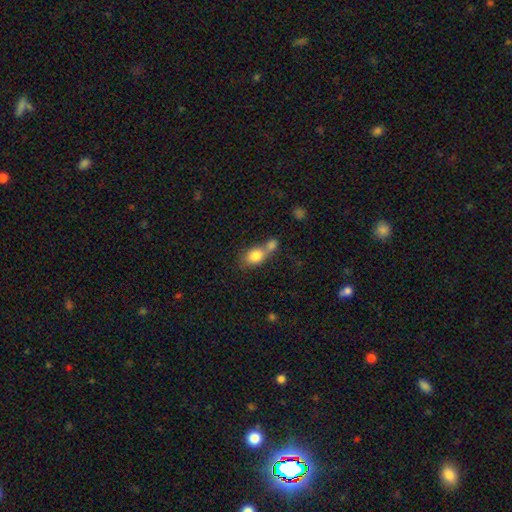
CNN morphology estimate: smooth_or_featured: smooth (p=0.79) [alt: featured or disk p=0.12]
how_rounded: in between (p=0.63) [alt: round p=0.34]
merging: merger (p=0.62) [alt: none p=0.24]